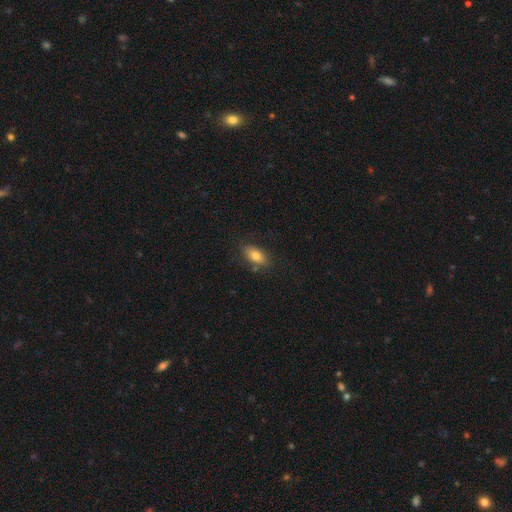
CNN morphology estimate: Smooth or featured? Predicted: smooth (p=0.77). How rounded? Predicted: in between (p=0.87). Merging? Predicted: none (p=0.78).